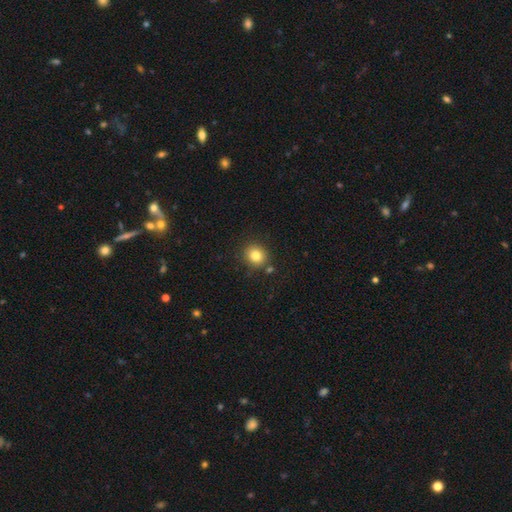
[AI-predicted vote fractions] This appears to be a smooth galaxy with no disk features (82%) that is round (80%). Merging: none (84%).